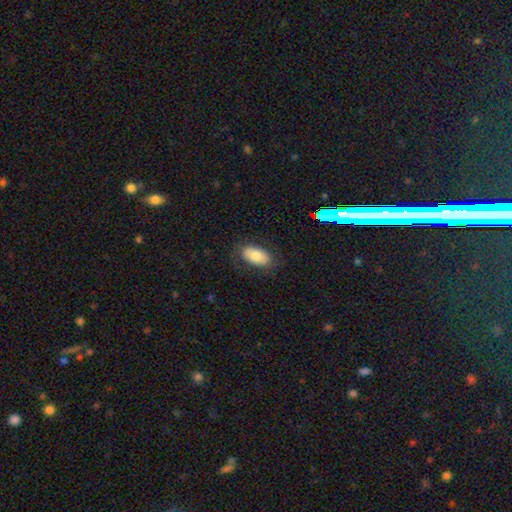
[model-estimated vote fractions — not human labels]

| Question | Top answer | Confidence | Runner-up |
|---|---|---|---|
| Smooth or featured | smooth | 76% | featured or disk (16%) |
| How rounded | in between | 94% | round (5%) |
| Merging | none | 78% | minor disturbance (15%) |